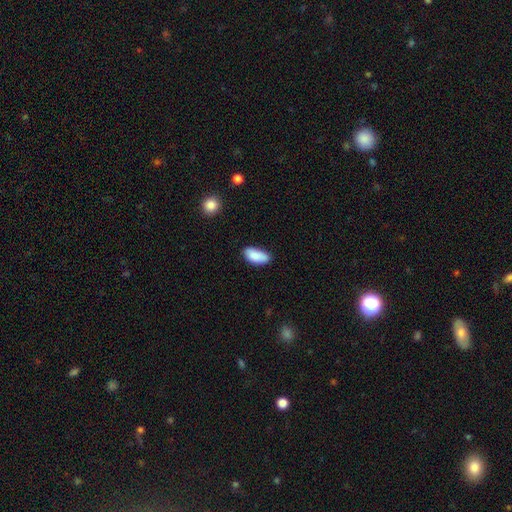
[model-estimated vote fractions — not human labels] A smooth galaxy with no disk features (85%) that is in between round and cigar-shaped (91%). Merging: none (66%).